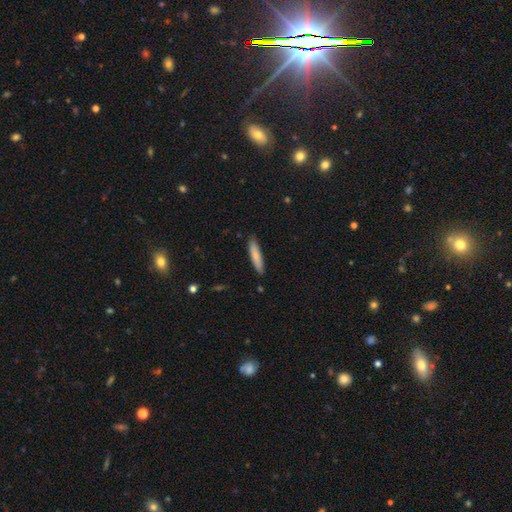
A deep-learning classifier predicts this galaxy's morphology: This is clearly a smooth galaxy (81%). How rounded: clearly cigar-shaped (85%). Merging: clearly none (87%).